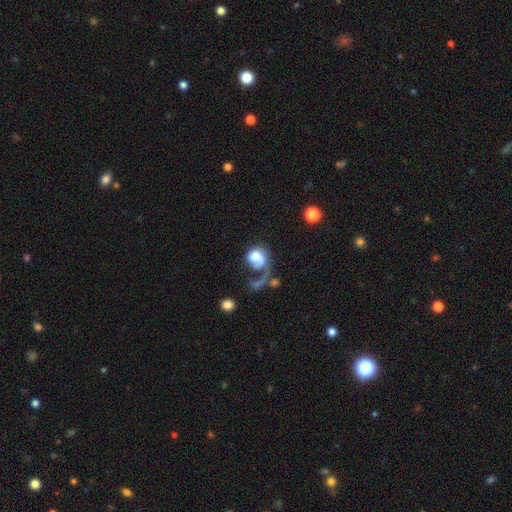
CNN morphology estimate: This is possibly a featured or disk galaxy (46%). Merging: possibly major disturbance (48%).